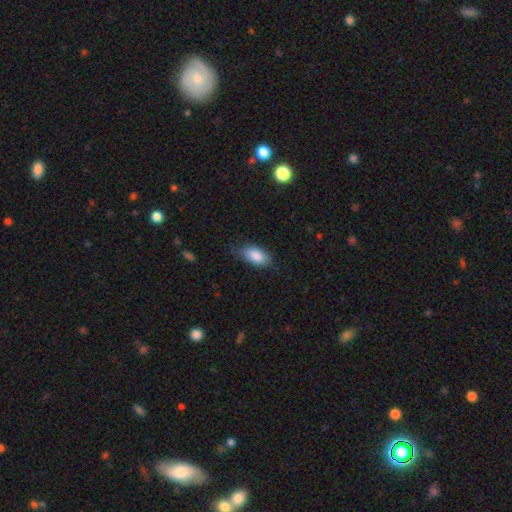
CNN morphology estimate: Overall: smooth (86%). How rounded: in between (92%). Merging: none (71%).